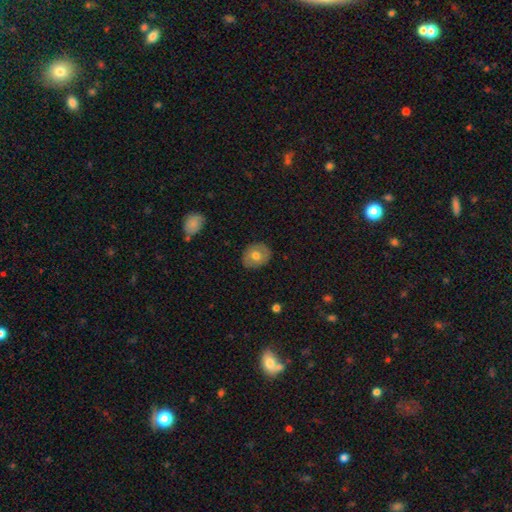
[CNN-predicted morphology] The model was most divided on "how rounded": round: 60%, in between: 39%, cigar-shaped: 1%. More confident: merging — none (86%); smooth or featured — smooth (64%).